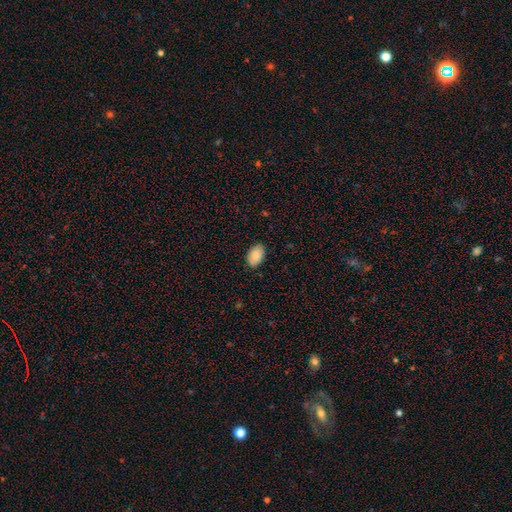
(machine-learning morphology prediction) Smooth or featured: smooth — 88% (star or artifact — 6%)
How rounded: in between — 91% (round — 7%)
Merging: none — 86% (minor disturbance — 11%)